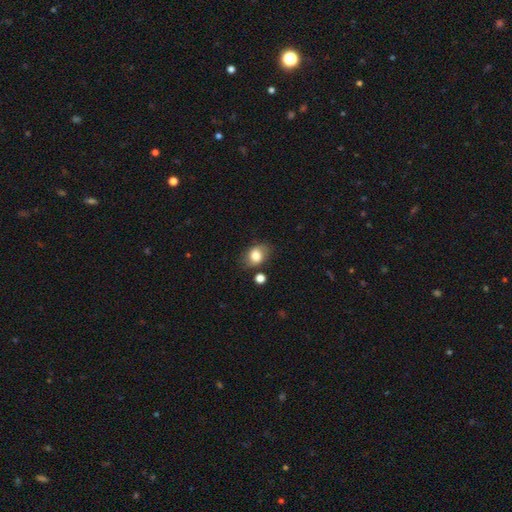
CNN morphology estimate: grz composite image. It shows a smooth galaxy with no disk features (79%) that is in between round and cigar-shaped (61%). Merging: none (70%).